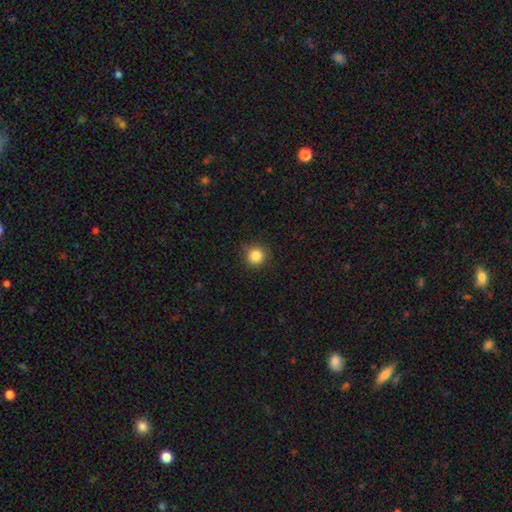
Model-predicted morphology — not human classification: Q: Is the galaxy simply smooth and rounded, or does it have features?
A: smooth — 85%.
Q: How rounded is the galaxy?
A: round — 94%.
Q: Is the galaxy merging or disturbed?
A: none — 87%.